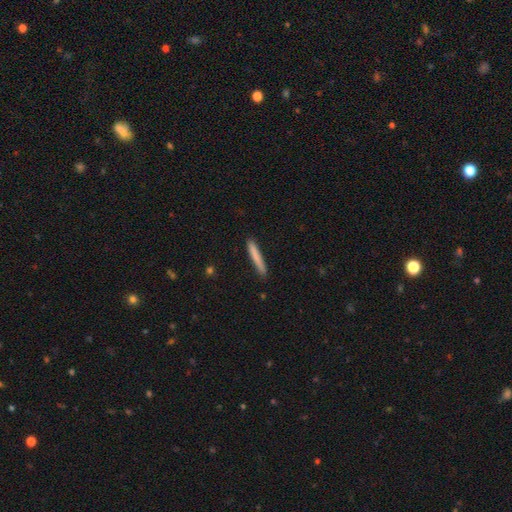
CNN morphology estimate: smooth-or-featured: smooth: 80% | featured or disk: 14% | star or artifact: 6%
  how-rounded: cigar-shaped: 96% | in between: 3% | round: 1%
  merging: none: 89% | minor disturbance: 8% | major disturbance: 2% | merger: 1%